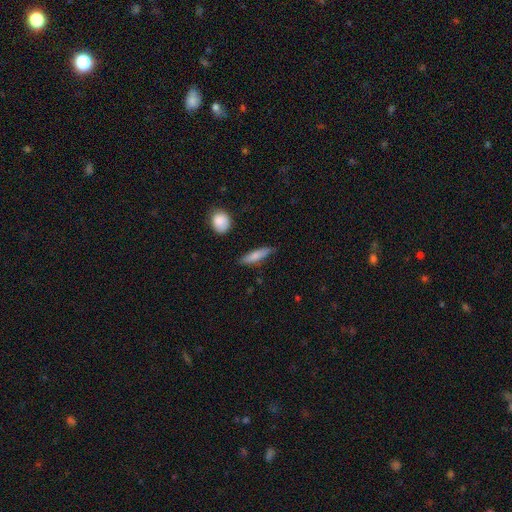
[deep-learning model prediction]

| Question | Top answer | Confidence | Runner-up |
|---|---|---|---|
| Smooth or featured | smooth | 76% | featured or disk (18%) |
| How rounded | cigar-shaped | 70% | in between (27%) |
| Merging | none | 80% | minor disturbance (15%) |